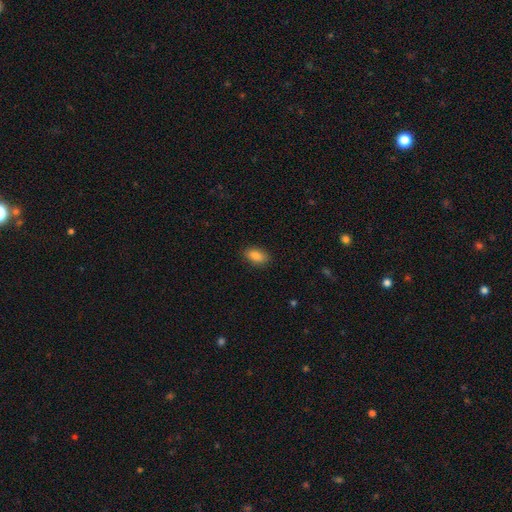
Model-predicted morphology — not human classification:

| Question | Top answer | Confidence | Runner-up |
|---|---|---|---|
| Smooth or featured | smooth | 86% | star or artifact (8%) |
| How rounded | in between | 91% | round (5%) |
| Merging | none | 87% | minor disturbance (10%) |